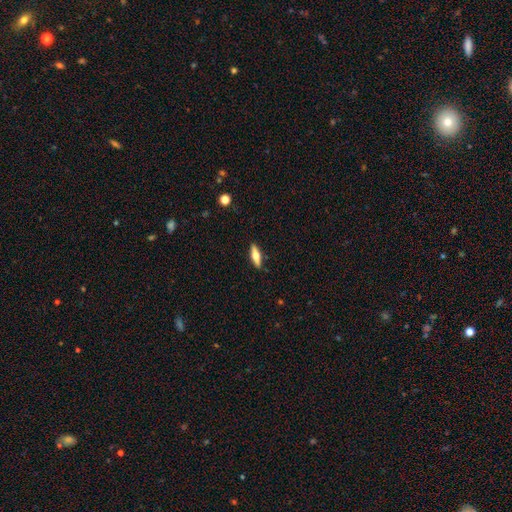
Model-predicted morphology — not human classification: type=smooth (50%); roundness=cigar-shaped (54%); merging=none (89%).